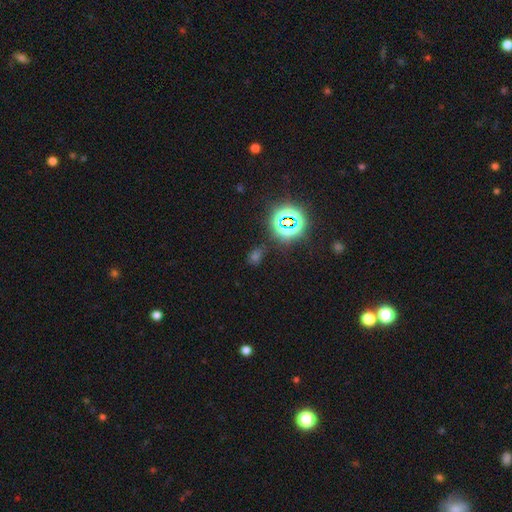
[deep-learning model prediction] Morphology: type=star or artifact (57%).